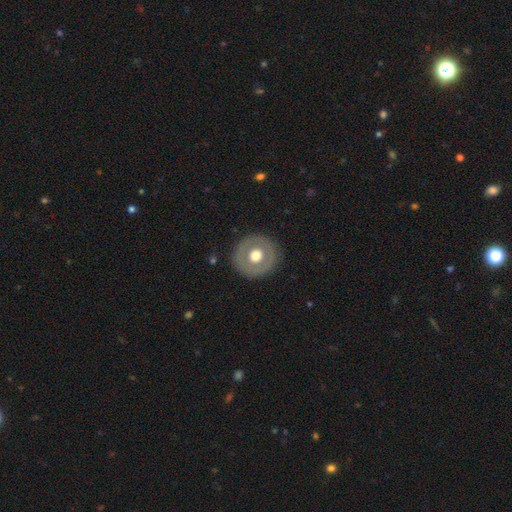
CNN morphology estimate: The model was most divided on "smooth or featured": smooth: 51%, featured or disk: 43%, star or artifact: 6%. More confident: how rounded — round (93%); merging — none (88%).